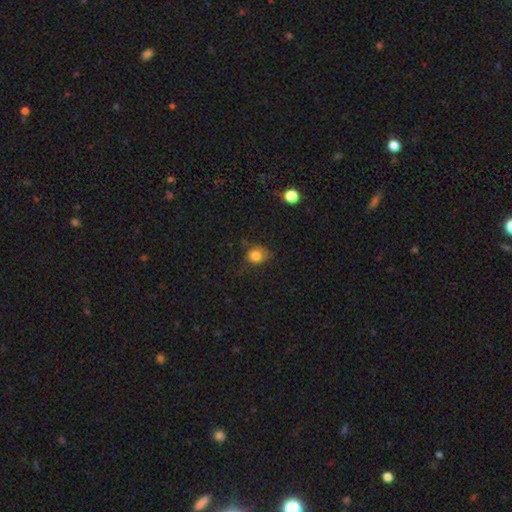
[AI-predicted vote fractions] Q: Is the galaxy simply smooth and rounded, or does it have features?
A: smooth — 81%.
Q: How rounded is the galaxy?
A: round — 67%.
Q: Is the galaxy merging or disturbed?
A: none — 55%.